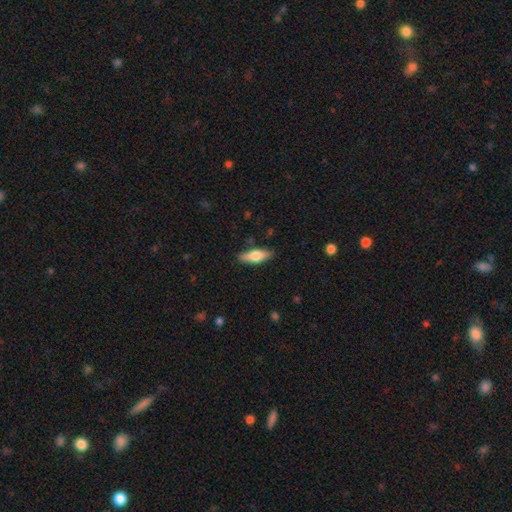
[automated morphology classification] type=smooth (63%); roundness=in between (61%); merging=none (85%).